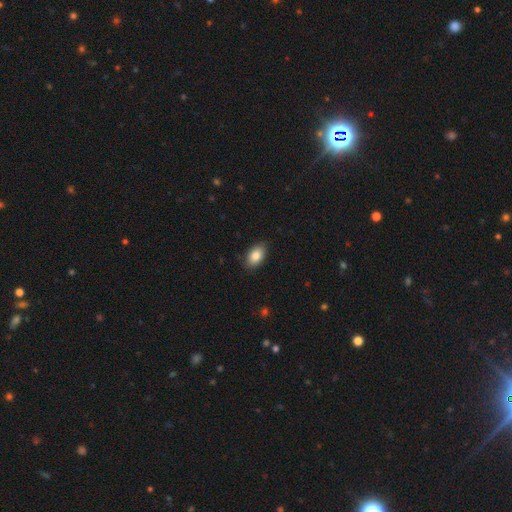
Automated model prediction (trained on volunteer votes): A smooth galaxy with no disk features (86%) that is in between round and cigar-shaped (92%).

Vote fractions:
- Smooth or featured? smooth: 86% / featured or disk: 7% / star or artifact: 7%
- How rounded? in between: 92% / round: 6% / cigar-shaped: 2%
- Merging? none: 87% / minor disturbance: 10% / major disturbance: 2% / merger: 1%